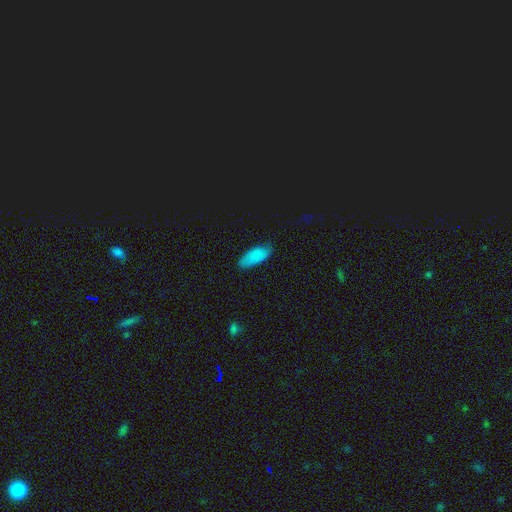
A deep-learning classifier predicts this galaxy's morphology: smooth-or-featured: smooth: 82% | star or artifact: 9% | featured or disk: 8%
  how-rounded: in between: 85% | cigar-shaped: 13% | round: 2%
  merging: none: 73% | minor disturbance: 22% | major disturbance: 4% | merger: 1%